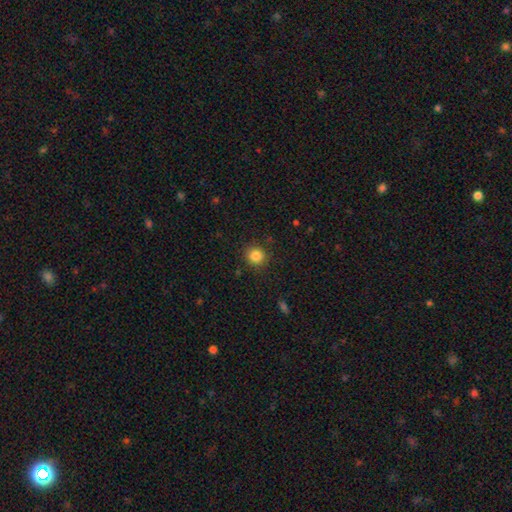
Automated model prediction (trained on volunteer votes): Smooth or featured: smooth — 84% (star or artifact — 11%)
How rounded: round — 91% (in between — 8%)
Merging: none — 89% (minor disturbance — 7%)